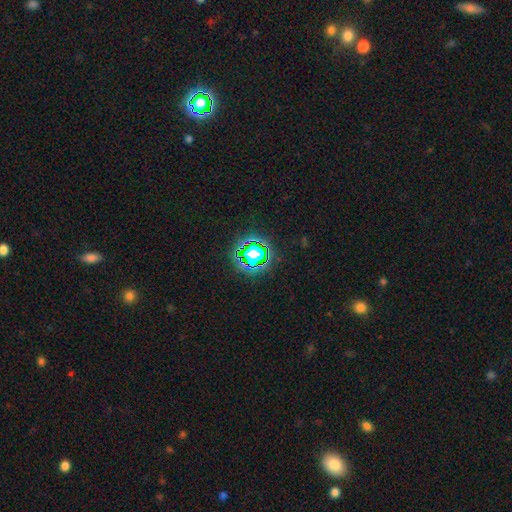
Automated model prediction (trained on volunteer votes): The model was most divided on "smooth or featured": star or artifact: 64%, smooth: 24%, featured or disk: 12%.